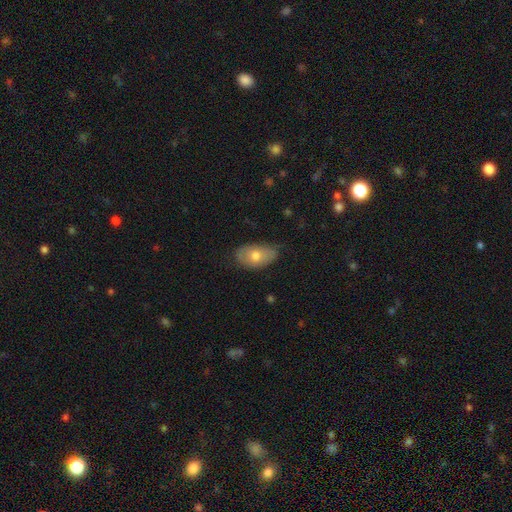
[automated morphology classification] A smooth galaxy with no disk features (70%) that is in between round and cigar-shaped (91%). Merging: none (67%).